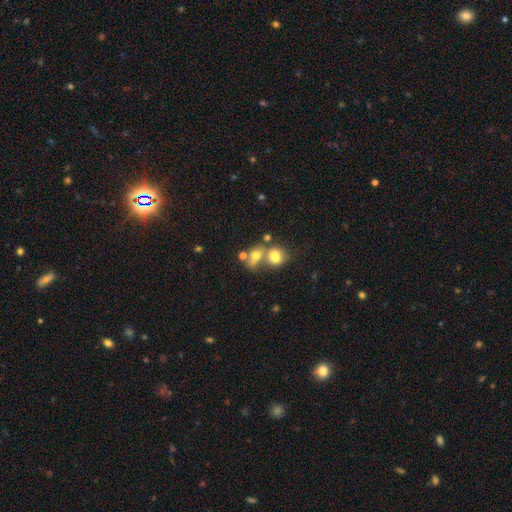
This appears to be a smooth galaxy with no disk features (69%) that is in between round and cigar-shaped (59%). Merging: merger (57%).